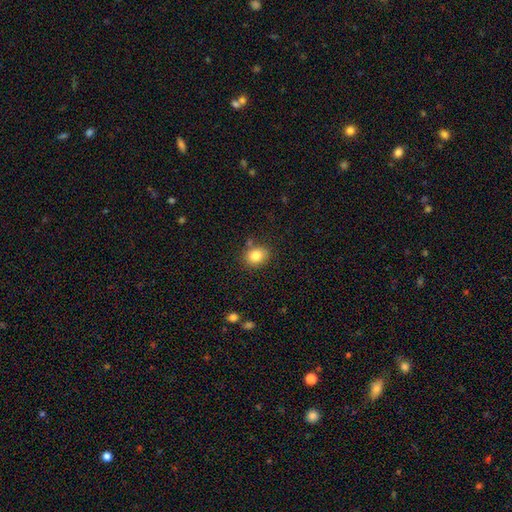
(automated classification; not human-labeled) A smooth galaxy with no disk features (83%) that is round (56%). Merging: none (76%).